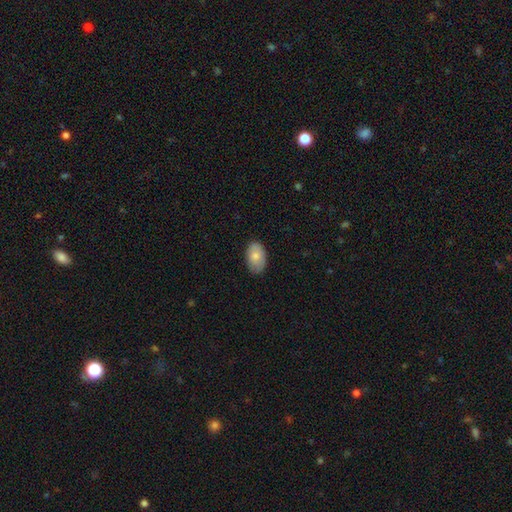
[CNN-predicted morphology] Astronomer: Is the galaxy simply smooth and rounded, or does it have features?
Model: smooth — 79%.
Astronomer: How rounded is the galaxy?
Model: in between — 91%.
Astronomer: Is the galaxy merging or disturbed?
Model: none — 82%.